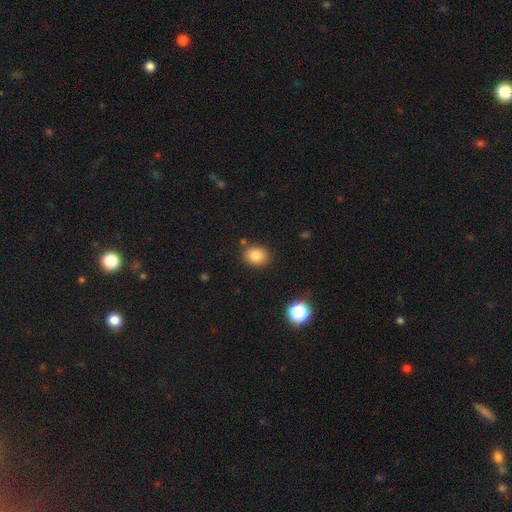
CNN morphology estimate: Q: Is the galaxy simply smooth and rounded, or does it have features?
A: smooth — 82%.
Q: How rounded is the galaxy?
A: round — 56%.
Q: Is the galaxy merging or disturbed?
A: none — 84%.